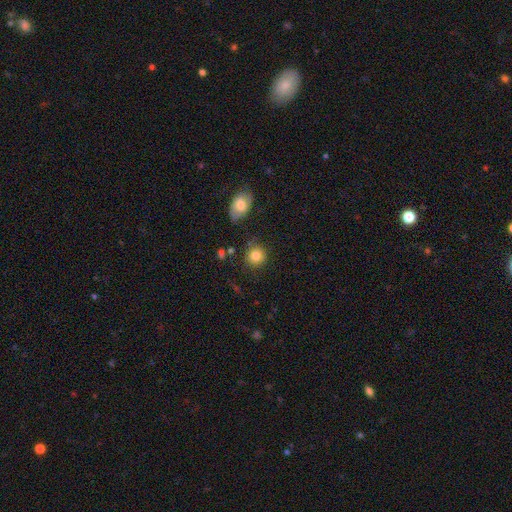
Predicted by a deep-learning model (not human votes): Smooth or featured? Predicted: smooth (p=0.83). How rounded? Predicted: round (p=0.88). Merging? Predicted: none (p=0.82).